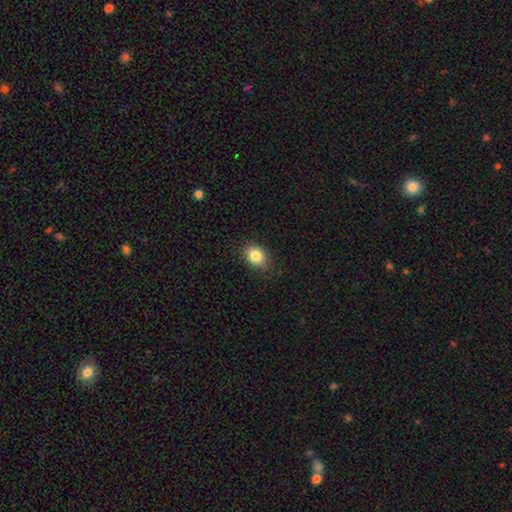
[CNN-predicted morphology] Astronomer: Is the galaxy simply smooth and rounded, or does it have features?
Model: smooth — 85%.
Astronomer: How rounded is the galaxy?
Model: in between — 64%.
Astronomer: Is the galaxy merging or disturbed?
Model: none — 85%.